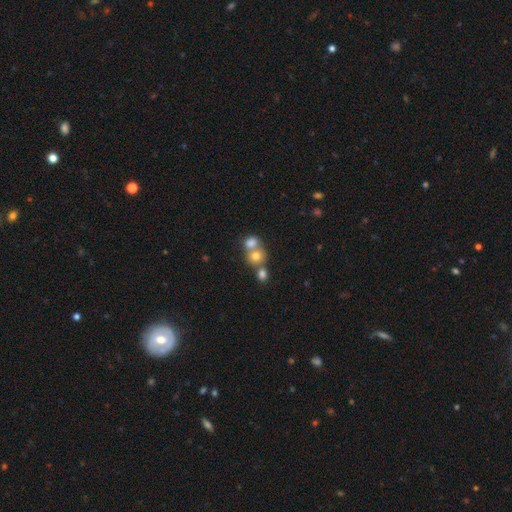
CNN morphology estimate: Smooth or featured?
  - smooth: 67% *
  - featured or disk: 18%
  - star or artifact: 16%
How rounded?
  - round: 78% *
  - in between: 21%
  - cigar-shaped: 1%
Merging?
  - merger: 56% *
  - none: 34%
  - minor disturbance: 6%
  - major disturbance: 3%